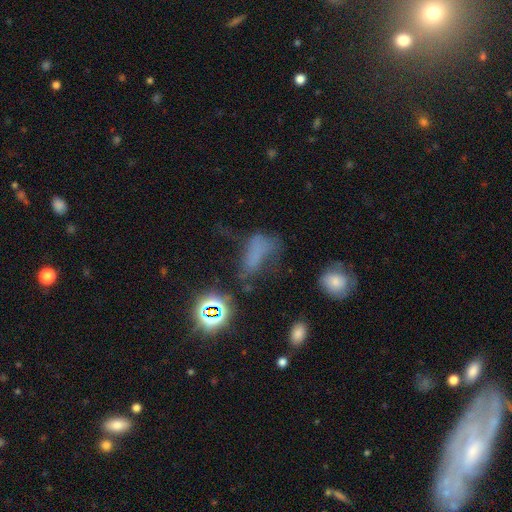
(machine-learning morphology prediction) Smooth or featured?
  - smooth: 48% *
  - star or artifact: 31%
  - featured or disk: 21%
Merging?
  - major disturbance: 38% *
  - none: 30%
  - minor disturbance: 23%
  - merger: 10%